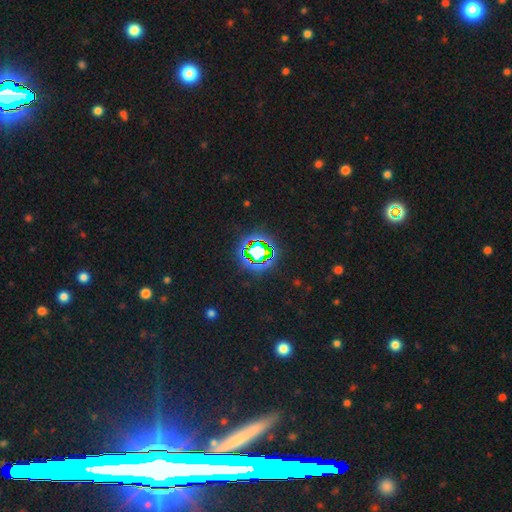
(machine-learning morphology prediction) Smooth or featured: star or artifact — 77% (smooth — 12%)